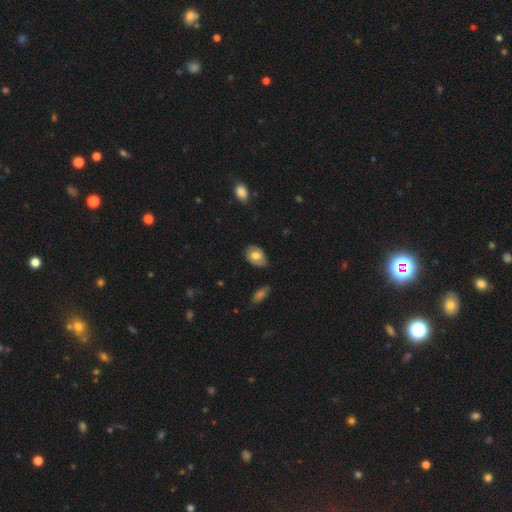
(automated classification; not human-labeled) Q: Smooth or featured?
A: smooth (66%); runner-up: featured or disk (27%)
Q: How rounded?
A: in between (85%); runner-up: round (14%)
Q: Merging?
A: none (78%); runner-up: minor disturbance (17%)